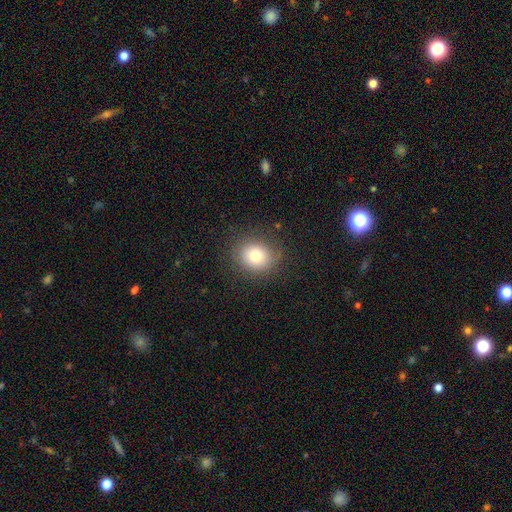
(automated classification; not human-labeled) Overall: smooth (76%). How rounded: round (76%). Merging: none (84%).